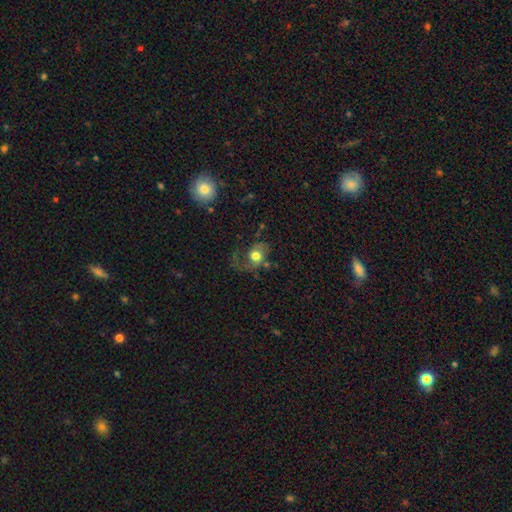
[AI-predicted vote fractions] smooth_or_featured: smooth (p=0.46) [alt: featured or disk p=0.44]
merging: major disturbance (p=0.40) [alt: none p=0.34]